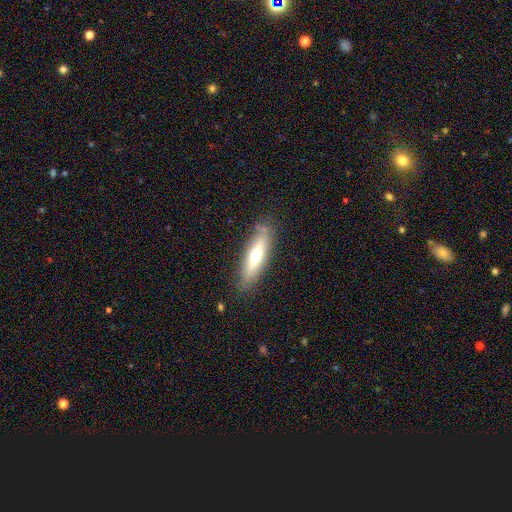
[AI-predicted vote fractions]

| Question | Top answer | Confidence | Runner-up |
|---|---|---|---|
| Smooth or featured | smooth | 56% | featured or disk (37%) |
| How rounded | cigar-shaped | 63% | in between (35%) |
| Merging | none | 81% | minor disturbance (13%) |